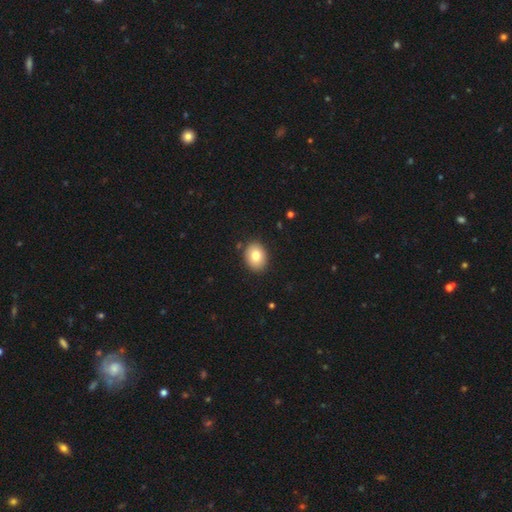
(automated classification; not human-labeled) smooth-or-featured: smooth: 80% | featured or disk: 12% | star or artifact: 9%
  how-rounded: in between: 58% | round: 41% | cigar-shaped: 1%
  merging: none: 88% | minor disturbance: 9% | major disturbance: 2% | merger: 1%